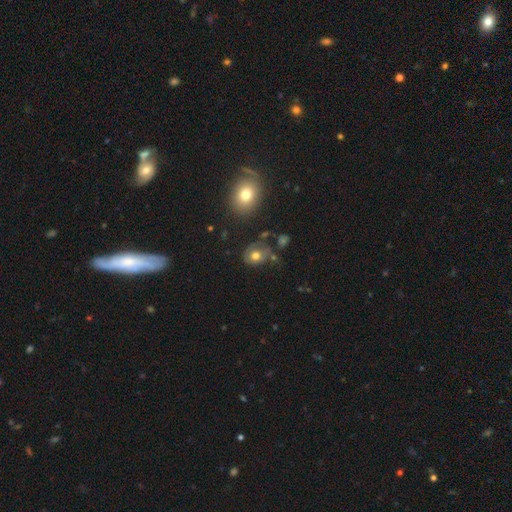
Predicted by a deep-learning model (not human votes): Smooth or featured: smooth — 61% (featured or disk — 27%)
How rounded: round — 54% (in between — 44%)
Merging: none — 50% (minor disturbance — 26%)